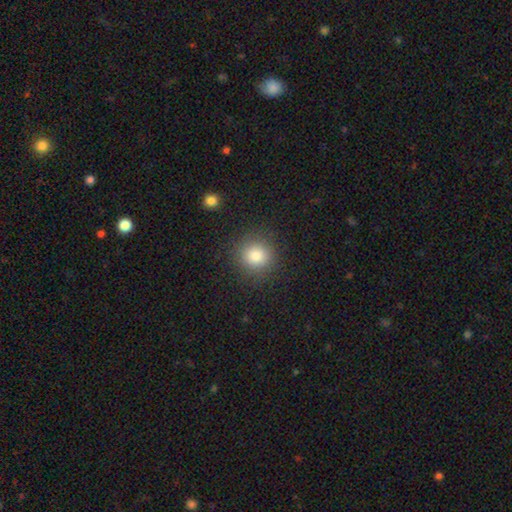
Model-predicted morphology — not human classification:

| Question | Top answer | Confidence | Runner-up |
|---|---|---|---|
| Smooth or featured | smooth | 82% | star or artifact (12%) |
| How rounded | round | 90% | in between (9%) |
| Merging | none | 88% | minor disturbance (7%) |